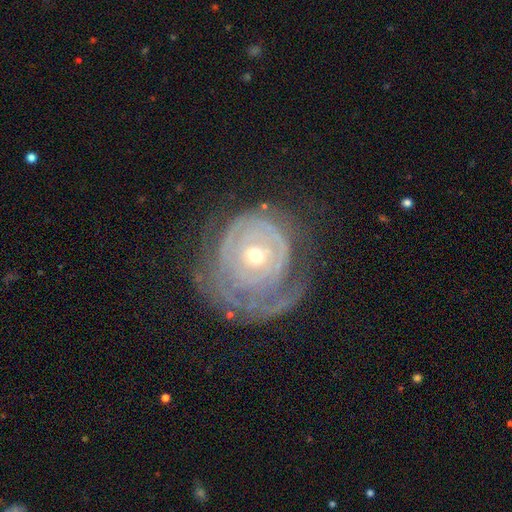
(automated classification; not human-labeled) This appears to be a featured or disk galaxy (81%) with no bar (80%), tight (76%) spiral arms (81%) and a small central bulge (49%). Merging: none (51%).